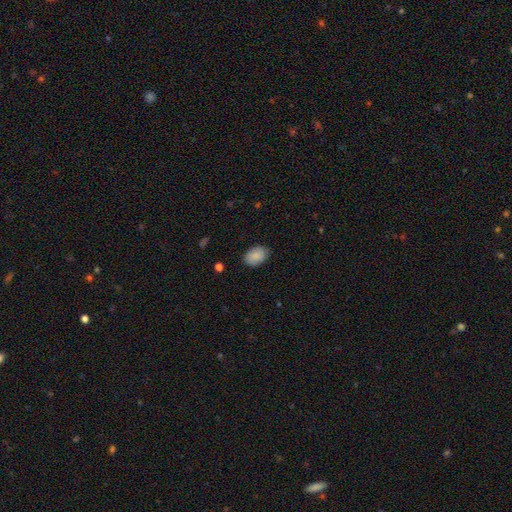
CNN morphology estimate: Smooth or featured?
  - smooth: 88% *
  - star or artifact: 7%
  - featured or disk: 5%
How rounded?
  - in between: 83% *
  - round: 16%
  - cigar-shaped: 1%
Merging?
  - none: 84% *
  - minor disturbance: 12%
  - major disturbance: 3%
  - merger: 1%